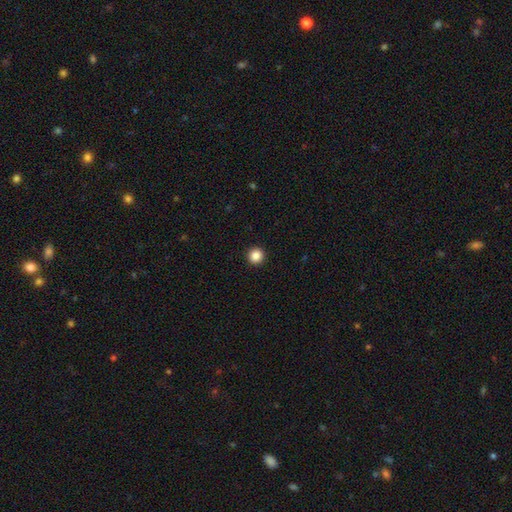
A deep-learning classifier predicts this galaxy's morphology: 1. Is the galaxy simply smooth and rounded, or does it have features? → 87% smooth, 10% star or artifact, 3% featured or disk.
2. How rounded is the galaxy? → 95% round, 4% in between, 1% cigar-shaped.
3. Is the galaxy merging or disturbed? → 94% none, 4% minor disturbance, 1% major disturbance, 1% merger.